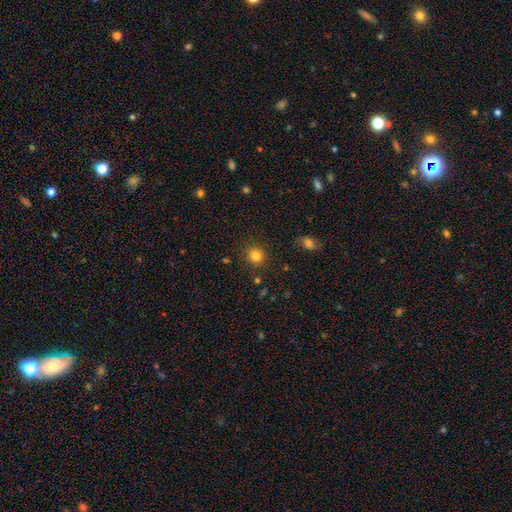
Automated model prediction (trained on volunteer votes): smooth-or-featured: smooth: 82% | star or artifact: 13% | featured or disk: 6%
  how-rounded: round: 89% | in between: 10% | cigar-shaped: 1%
  merging: none: 88% | minor disturbance: 8% | major disturbance: 3% | merger: 2%